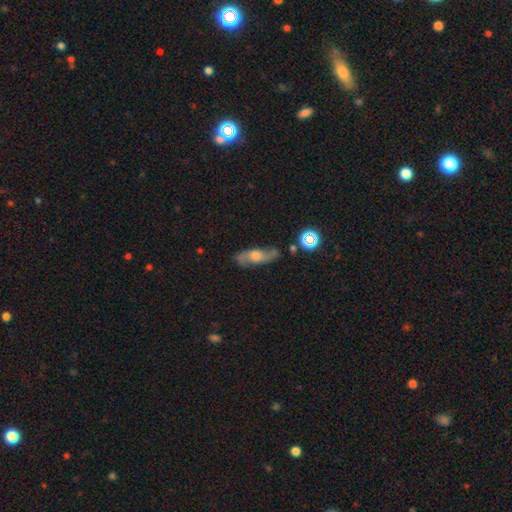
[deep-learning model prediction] Smooth or featured? Predicted: featured or disk (p=0.63). Edge-on disk? Predicted: no (p=0.76). Merging? Predicted: none (p=0.75).